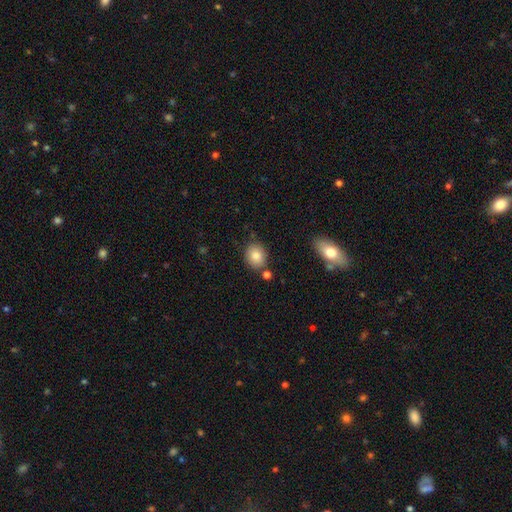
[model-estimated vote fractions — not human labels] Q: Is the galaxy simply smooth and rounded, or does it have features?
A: smooth — 84%.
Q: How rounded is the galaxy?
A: round — 55%.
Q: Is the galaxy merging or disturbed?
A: none — 78%.